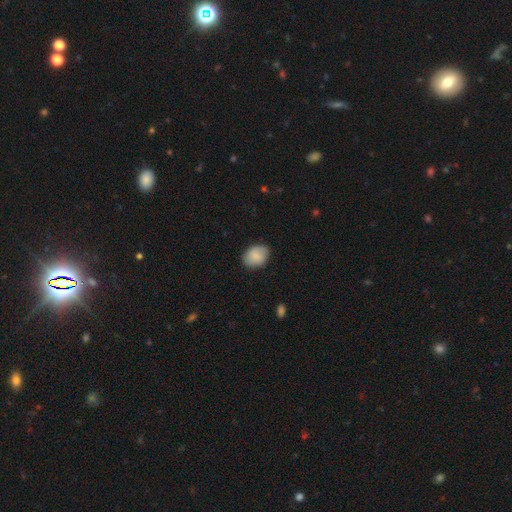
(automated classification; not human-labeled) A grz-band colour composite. It shows a smooth galaxy with no disk features (83%) that is in between round and cigar-shaped (70%). Merging: none (81%).